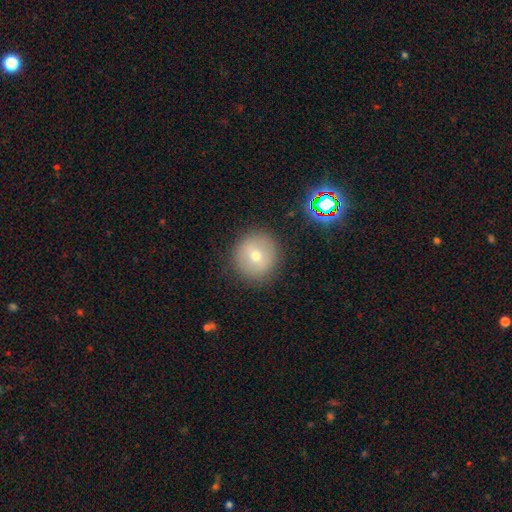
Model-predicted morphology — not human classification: smooth-or-featured: smooth: 65% | featured or disk: 21% | star or artifact: 14%
  how-rounded: round: 94% | in between: 6% | cigar-shaped: 1%
  merging: none: 88% | minor disturbance: 7% | major disturbance: 3% | merger: 2%